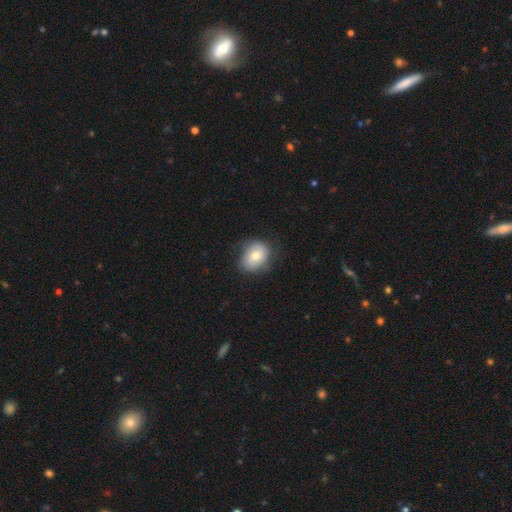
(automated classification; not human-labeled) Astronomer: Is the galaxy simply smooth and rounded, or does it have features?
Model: smooth — 74%.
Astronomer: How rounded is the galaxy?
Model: in between — 55% (runner-up: round, 44%).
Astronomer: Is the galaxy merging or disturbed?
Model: none — 68%.